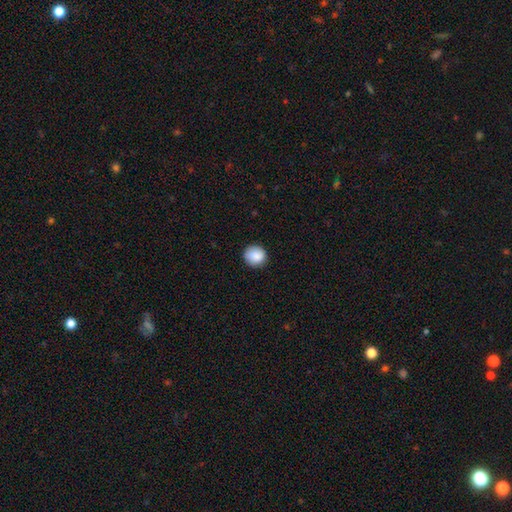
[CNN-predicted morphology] This is clearly a smooth galaxy (89%). How rounded: clearly round (91%). Merging: clearly none (89%).